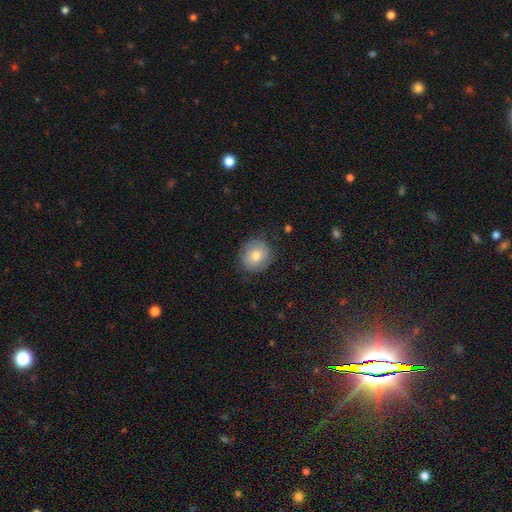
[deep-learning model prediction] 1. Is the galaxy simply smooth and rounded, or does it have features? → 74% smooth, 17% featured or disk, 9% star or artifact.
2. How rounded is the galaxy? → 85% round, 14% in between, 1% cigar-shaped.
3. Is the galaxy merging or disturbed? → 82% none, 14% minor disturbance, 4% major disturbance, 1% merger.